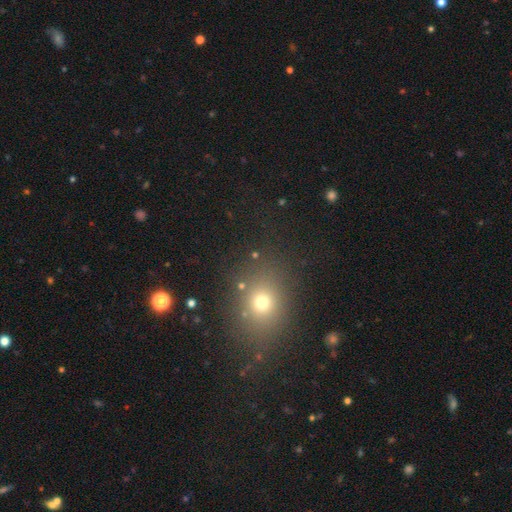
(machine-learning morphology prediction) Smooth or featured: smooth — 61% (star or artifact — 29%)
How rounded: round — 60% (in between — 38%)
Merging: none — 82% (minor disturbance — 10%)